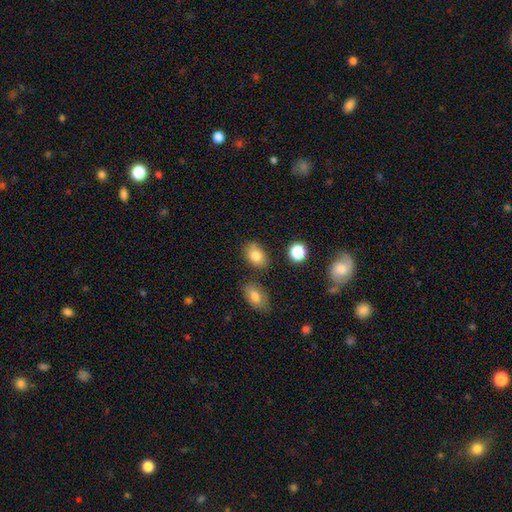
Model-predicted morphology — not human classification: The model was most divided on "how rounded": in between: 79%, round: 20%, cigar-shaped: 1%. More confident: smooth or featured — smooth (80%); merging — none (75%).